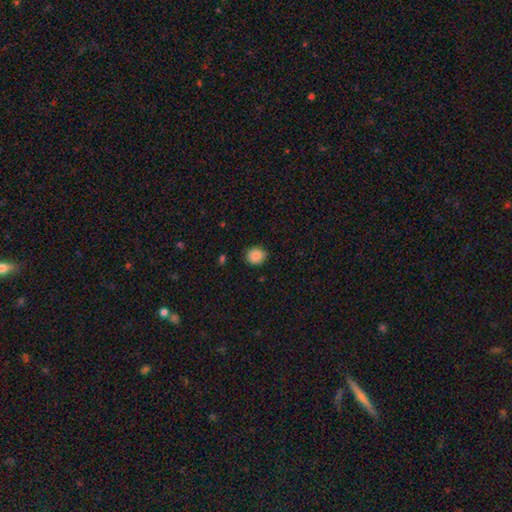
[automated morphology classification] The model was most divided on "how rounded": round: 83%, in between: 16%, cigar-shaped: 1%. More confident: smooth or featured — smooth (87%); merging — none (86%).